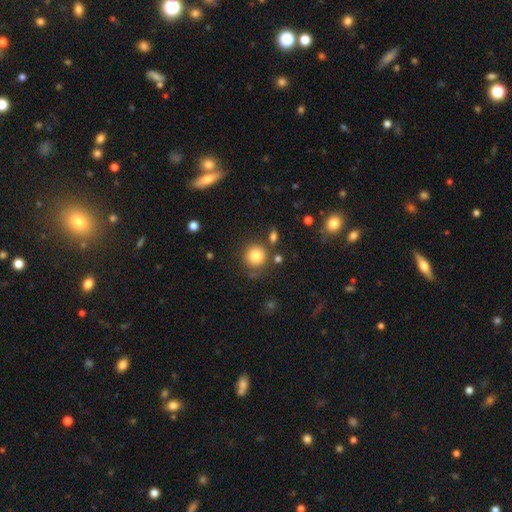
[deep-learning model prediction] A smooth galaxy with no disk features (83%) that is round (91%). Merging: none (76%).